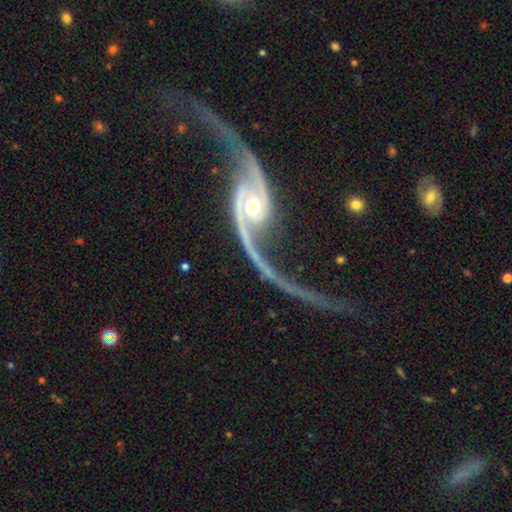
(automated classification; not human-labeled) A featured or disk galaxy (93%) with no bar (50%), 2 (94%) loose (86%) spiral arms (98%) and a moderate central bulge (57%).

Vote fractions:
- Smooth or featured? featured or disk: 93% / star or artifact: 5% / smooth: 2%
- Edge-on disk? no: 96% / yes: 4%
- Bar? no: 50% / weak: 28% / strong: 22%
- Spiral arms? yes: 98% / no: 2%
- Spiral winding? loose: 86% / medium: 10% / tight: 4%
- Spiral arm count? 2: 94% / 1: 1% / can't tell: 1% / 3: 1% / 4: 1% / more than 4: 1%
- Bulge size? moderate: 57% / small: 34% / large: 6% / dominant: 2% / none: 2%
- Merging? none: 60% / major disturbance: 19% / minor disturbance: 15% / merger: 5%